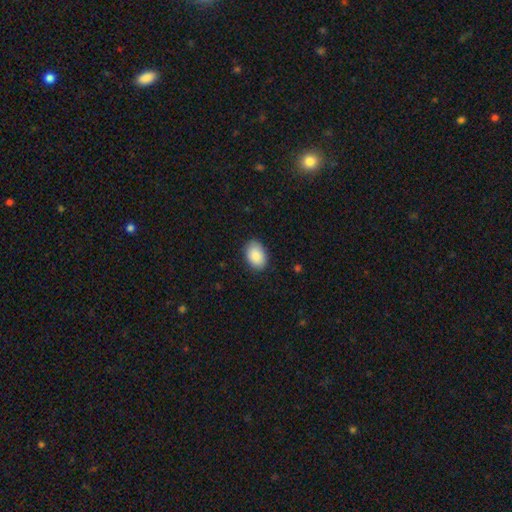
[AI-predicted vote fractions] Smooth or featured?
  - smooth: 90% *
  - star or artifact: 6%
  - featured or disk: 4%
How rounded?
  - in between: 87% *
  - round: 12%
  - cigar-shaped: 1%
Merging?
  - none: 86% *
  - minor disturbance: 11%
  - major disturbance: 2%
  - merger: 1%